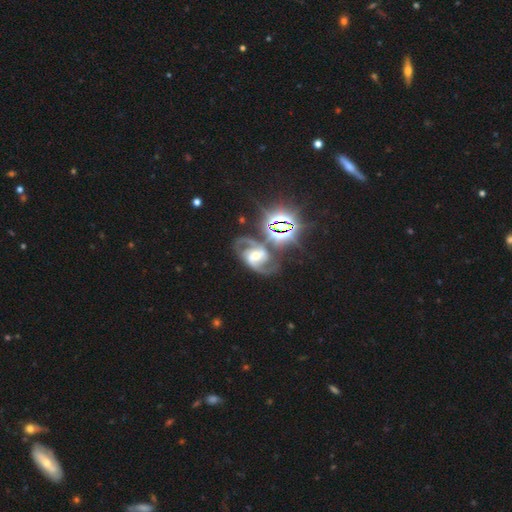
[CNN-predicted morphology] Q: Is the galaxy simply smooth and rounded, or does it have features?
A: featured or disk — 79%.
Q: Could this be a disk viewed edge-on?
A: no — 98%.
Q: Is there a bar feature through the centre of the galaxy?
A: weak — 40%.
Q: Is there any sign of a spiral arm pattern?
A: yes — 96%.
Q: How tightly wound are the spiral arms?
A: medium — 58%.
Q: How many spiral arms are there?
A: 2 — 89%.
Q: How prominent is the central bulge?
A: moderate — 61%.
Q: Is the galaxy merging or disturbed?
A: none — 63%.